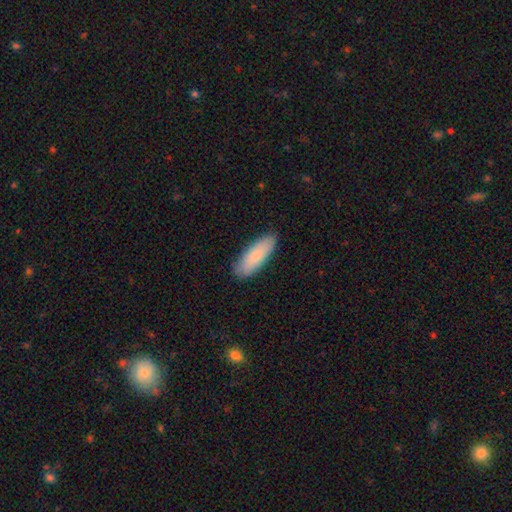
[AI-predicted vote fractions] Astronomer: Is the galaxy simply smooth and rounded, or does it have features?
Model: smooth — 84%.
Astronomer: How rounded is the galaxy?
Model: in between — 63%.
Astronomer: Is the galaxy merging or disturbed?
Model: none — 86%.